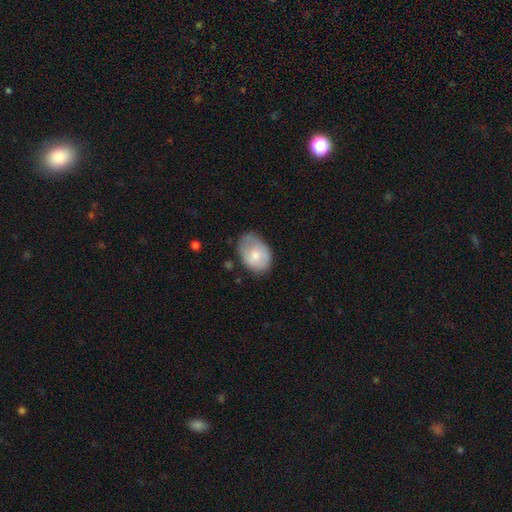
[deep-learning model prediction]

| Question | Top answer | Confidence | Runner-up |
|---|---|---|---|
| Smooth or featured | smooth | 69% | featured or disk (25%) |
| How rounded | in between | 80% | round (19%) |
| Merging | none | 56% | minor disturbance (32%) |